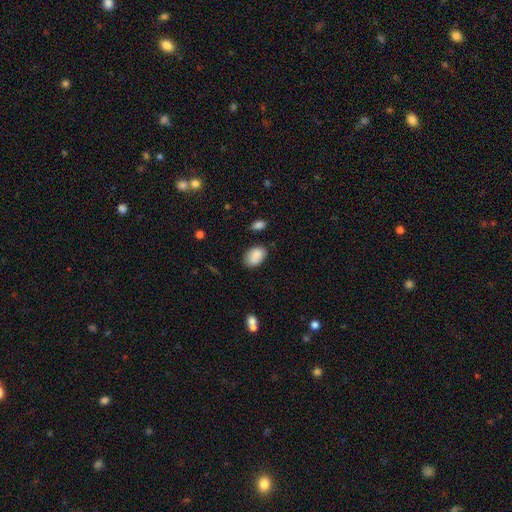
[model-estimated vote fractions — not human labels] This is clearly a smooth galaxy (88%). How rounded: clearly in between (89%). Merging: likely none (77%).